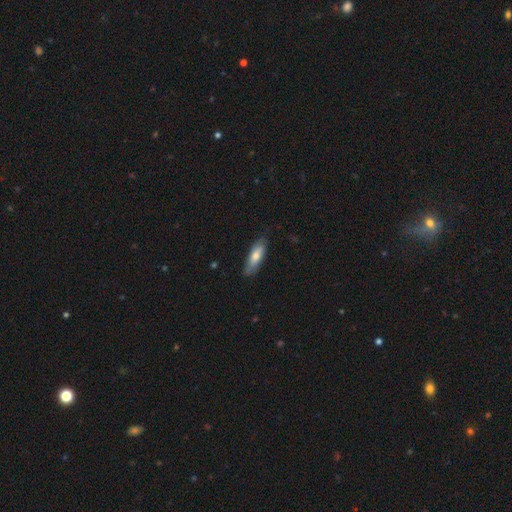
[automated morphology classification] Smooth or featured: smooth — 69% (featured or disk — 25%)
How rounded: in between — 56% (cigar-shaped — 42%)
Merging: none — 78% (minor disturbance — 18%)